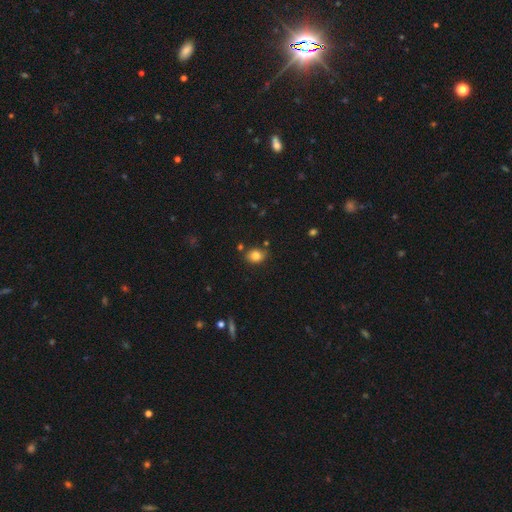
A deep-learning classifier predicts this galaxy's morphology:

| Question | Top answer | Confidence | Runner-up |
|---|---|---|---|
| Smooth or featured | smooth | 82% | star or artifact (11%) |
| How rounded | in between | 52% | round (47%) |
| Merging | none | 79% | minor disturbance (13%) |